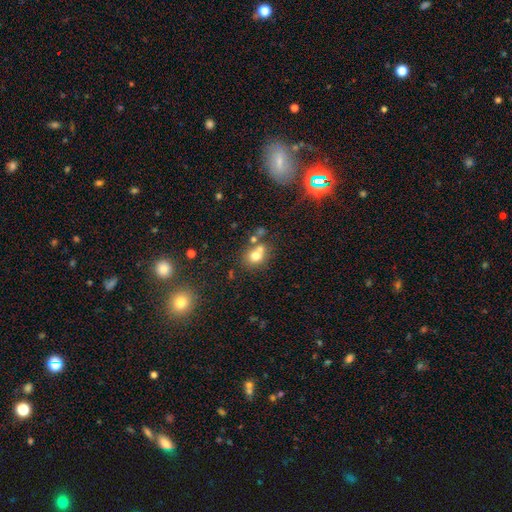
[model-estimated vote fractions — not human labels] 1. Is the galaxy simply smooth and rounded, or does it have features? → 71% smooth, 15% featured or disk, 14% star or artifact.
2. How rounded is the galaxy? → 74% round, 25% in between, 1% cigar-shaped.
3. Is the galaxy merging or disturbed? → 49% none, 35% merger, 11% minor disturbance, 5% major disturbance.